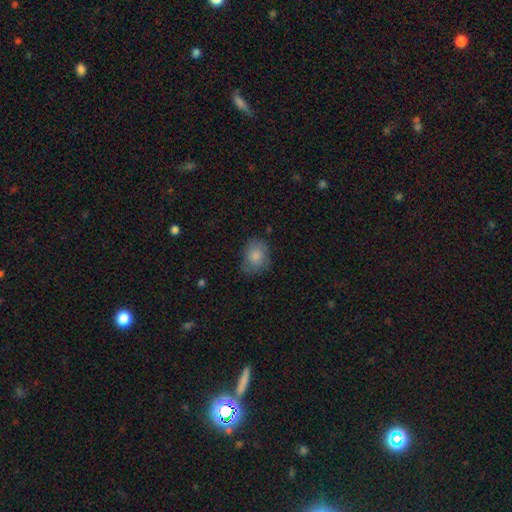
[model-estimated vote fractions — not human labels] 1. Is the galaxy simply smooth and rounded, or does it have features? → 79% smooth, 13% featured or disk, 8% star or artifact.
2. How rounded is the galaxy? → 54% in between, 45% round, 1% cigar-shaped.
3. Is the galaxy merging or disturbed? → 63% none, 27% minor disturbance, 9% major disturbance, 2% merger.